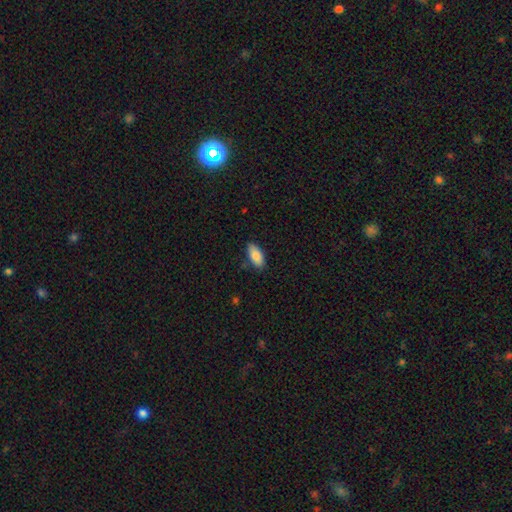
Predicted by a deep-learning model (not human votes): smooth-or-featured: smooth: 86% | featured or disk: 8% | star or artifact: 6%
  how-rounded: in between: 90% | cigar-shaped: 8% | round: 2%
  merging: none: 82% | minor disturbance: 14% | major disturbance: 2% | merger: 2%